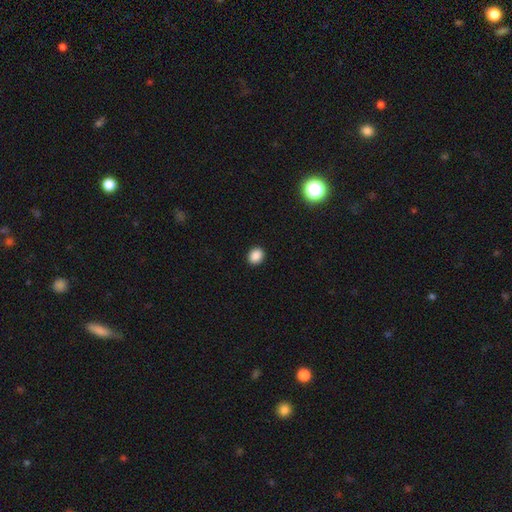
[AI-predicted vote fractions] Smooth or featured? smooth (88%)
How rounded? round (55%)
Merging? none (92%)